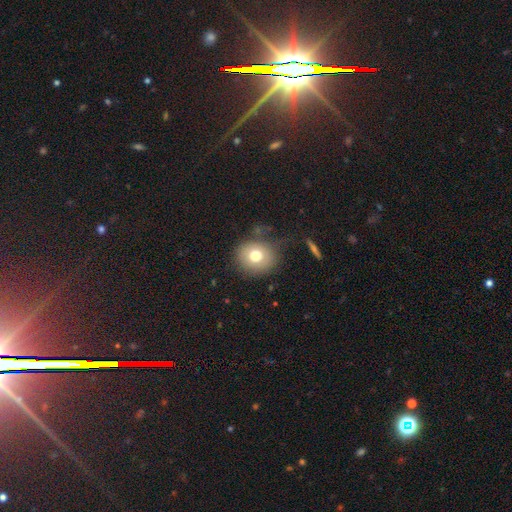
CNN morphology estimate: A smooth galaxy with no disk features (73%) that is round (80%).

Vote fractions:
- Smooth or featured? smooth: 73% / featured or disk: 17% / star or artifact: 11%
- How rounded? round: 80% / in between: 19% / cigar-shaped: 1%
- Merging? none: 77% / minor disturbance: 14% / major disturbance: 6% / merger: 3%